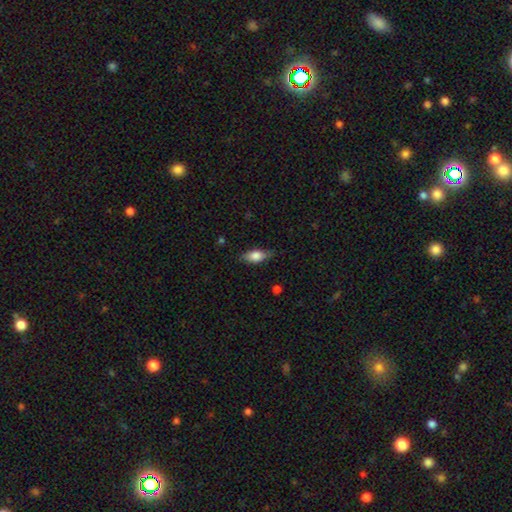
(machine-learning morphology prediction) A smooth galaxy with no disk features (71%) that is in between round and cigar-shaped (80%). Merging: none (78%).